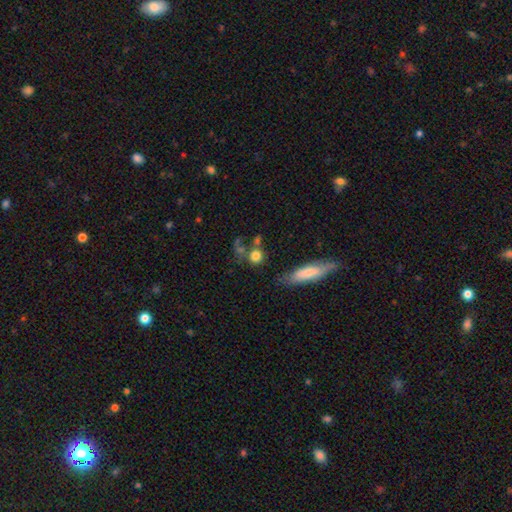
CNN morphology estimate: The model was most divided on "merging": none: 57%, merger: 21%, minor disturbance: 14%, major disturbance: 8%. More confident: how rounded — round (80%); smooth or featured — smooth (78%).